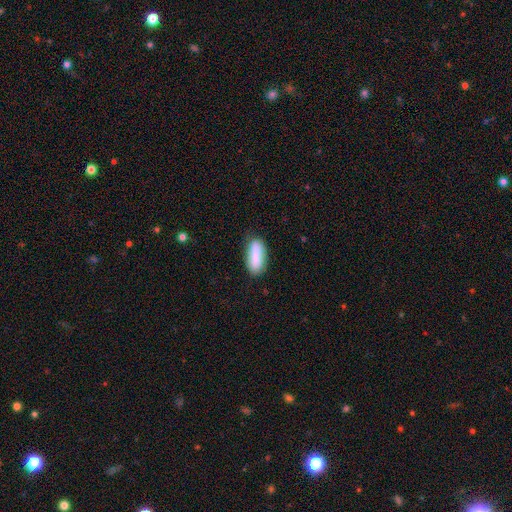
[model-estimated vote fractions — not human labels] Overall: smooth (87%). How rounded: in between (76%). Merging: none (77%).